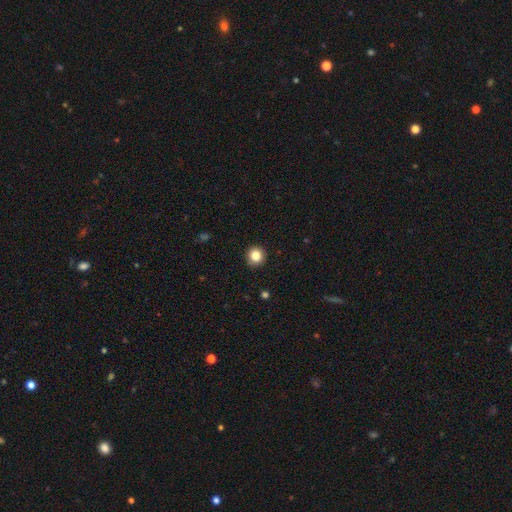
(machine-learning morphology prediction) A smooth galaxy with no disk features (84%) that is round (91%).

Vote fractions:
- Smooth or featured? smooth: 84% / star or artifact: 10% / featured or disk: 6%
- How rounded? round: 91% / in between: 8% / cigar-shaped: 1%
- Merging? none: 92% / minor disturbance: 5% / major disturbance: 2% / merger: 1%